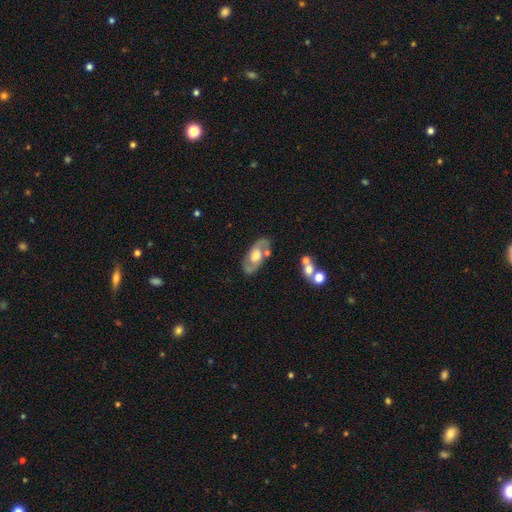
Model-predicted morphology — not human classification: Smooth or featured: featured or disk — 72% (smooth — 22%)
Edge-on disk: no — 90% (yes — 10%)
Bar: no — 64% (weak — 28%)
Spiral arms: yes — 76% (no — 24%)
Bulge size: moderate — 52% (large — 36%)
Merging: none — 78% (minor disturbance — 13%)